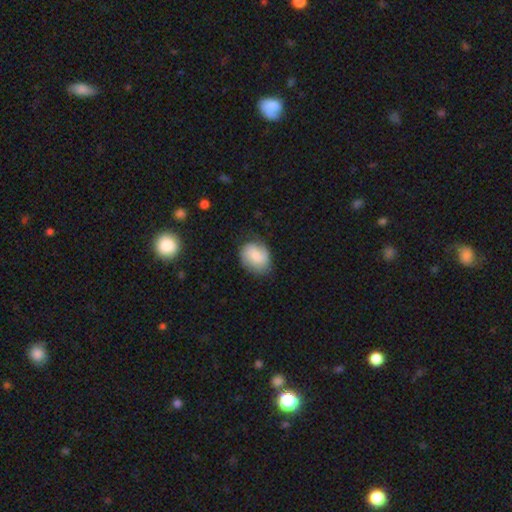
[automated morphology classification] A smooth galaxy with no disk features (59%) that is in between round and cigar-shaped (56%). Merging: none (69%).